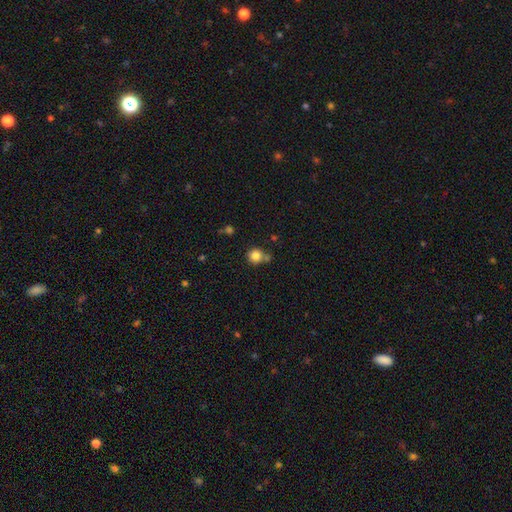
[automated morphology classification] Smooth or featured?
  - smooth: 82% *
  - star or artifact: 11%
  - featured or disk: 7%
How rounded?
  - round: 90% *
  - in between: 9%
  - cigar-shaped: 1%
Merging?
  - none: 66% *
  - merger: 15%
  - minor disturbance: 15%
  - major disturbance: 4%